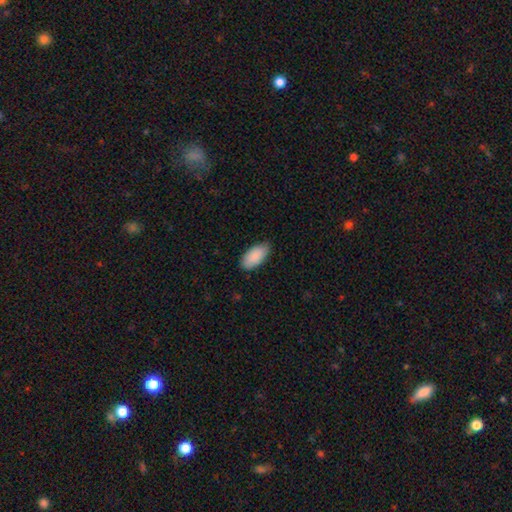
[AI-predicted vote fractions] A smooth galaxy with no disk features (89%) that is in between round and cigar-shaped (94%).

Vote fractions:
- Smooth or featured? smooth: 89% / star or artifact: 6% / featured or disk: 5%
- How rounded? in between: 94% / cigar-shaped: 4% / round: 2%
- Merging? none: 77% / minor disturbance: 20% / major disturbance: 2% / merger: 1%